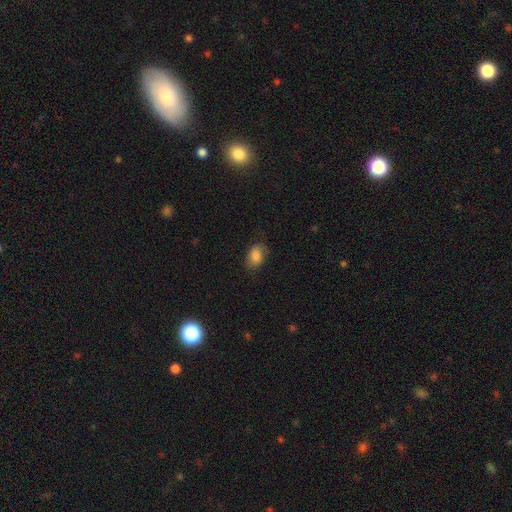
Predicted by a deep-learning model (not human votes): smooth 84%, star or artifact 8%, featured or disk 8%. Down the decision tree: how rounded — in between (84%); merging — none (73%).